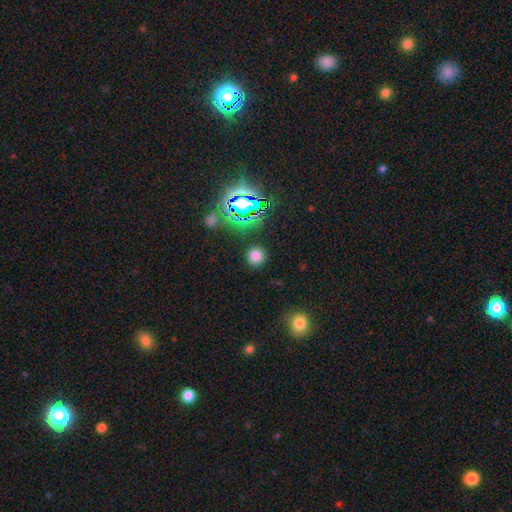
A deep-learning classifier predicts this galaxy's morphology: Smooth or featured: smooth — 73% (star or artifact — 21%)
How rounded: round — 92% (in between — 7%)
Merging: none — 88% (minor disturbance — 7%)